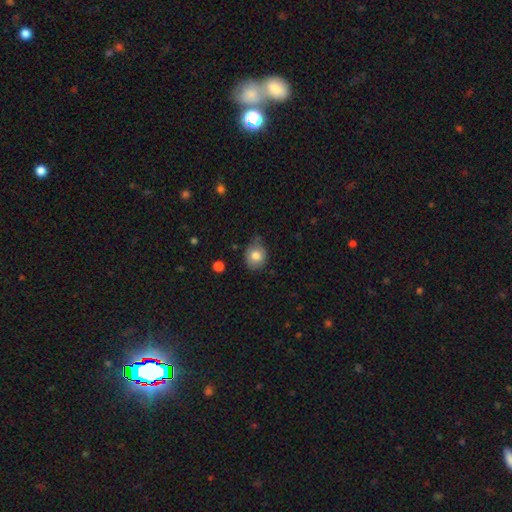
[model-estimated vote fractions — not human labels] smooth_or_featured: smooth (p=0.80) [alt: featured or disk p=0.12]
how_rounded: round (p=0.65) [alt: in between p=0.34]
merging: none (p=0.60) [alt: minor disturbance p=0.31]